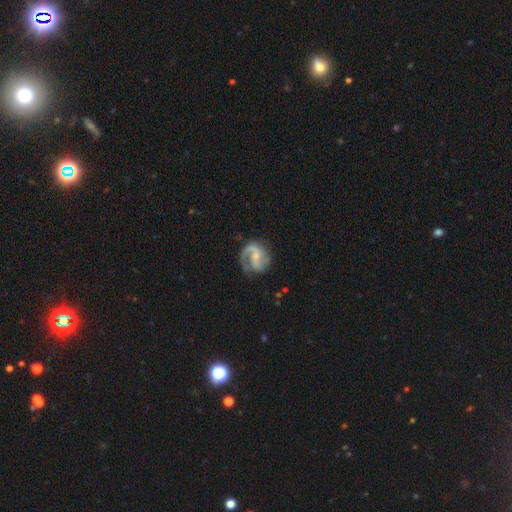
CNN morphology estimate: Q: Smooth or featured?
A: featured or disk (84%); runner-up: smooth (11%)
Q: Edge-on disk?
A: no (98%); runner-up: yes (2%)
Q: Bar?
A: weak (48%); runner-up: no (35%)
Q: Spiral arms?
A: yes (95%); runner-up: no (5%)
Q: Spiral winding?
A: medium (50%); runner-up: loose (29%)
Q: Spiral arm count?
A: 2 (73%); runner-up: 1 (19%)
Q: Bulge size?
A: small (59%); runner-up: moderate (29%)
Q: Merging?
A: none (66%); runner-up: minor disturbance (20%)